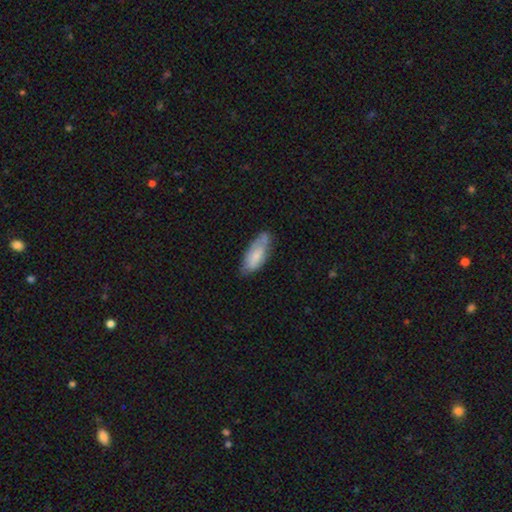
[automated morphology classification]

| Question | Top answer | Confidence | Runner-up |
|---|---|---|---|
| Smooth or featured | smooth | 71% | featured or disk (23%) |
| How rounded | in between | 79% | cigar-shaped (20%) |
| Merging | none | 58% | minor disturbance (30%) |